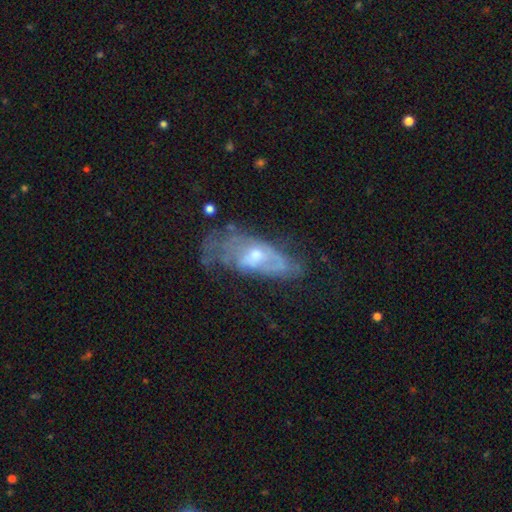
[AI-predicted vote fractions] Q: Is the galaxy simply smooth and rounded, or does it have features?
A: featured or disk — 66%.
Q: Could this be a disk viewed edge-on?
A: no — 88%.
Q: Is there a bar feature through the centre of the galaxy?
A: no — 63%.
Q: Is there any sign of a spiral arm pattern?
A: yes — 55%.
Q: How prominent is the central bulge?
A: moderate — 53%.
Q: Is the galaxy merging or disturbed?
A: none — 36%.